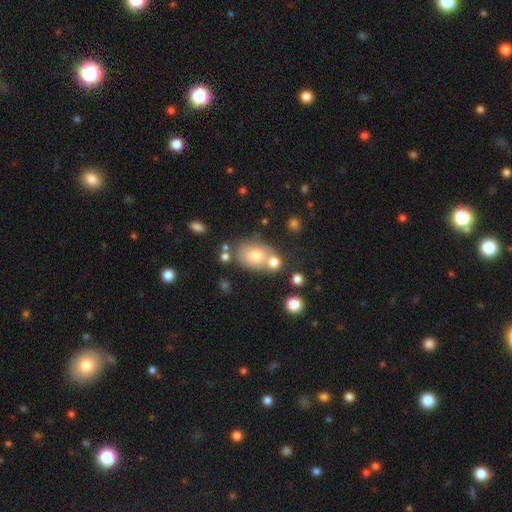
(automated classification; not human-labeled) Overall: smooth (70%). How rounded: in between (61%; round 38%). Merging: none (46%; merger 33%).